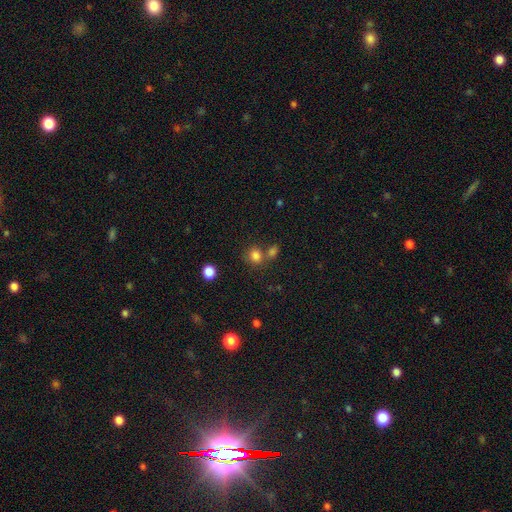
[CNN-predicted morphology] Smooth or featured: smooth — 80% (star or artifact — 13%)
How rounded: round — 62% (in between — 37%)
Merging: none — 56% (merger — 29%)